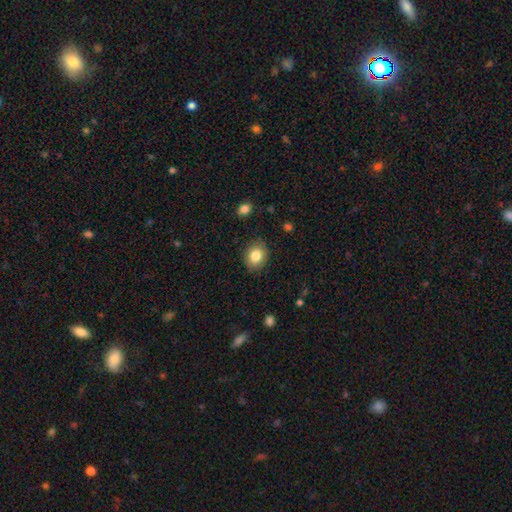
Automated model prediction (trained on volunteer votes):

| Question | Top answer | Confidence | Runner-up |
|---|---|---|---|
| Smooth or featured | smooth | 82% | featured or disk (9%) |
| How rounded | round | 50% | in between (49%) |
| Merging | none | 87% | minor disturbance (9%) |